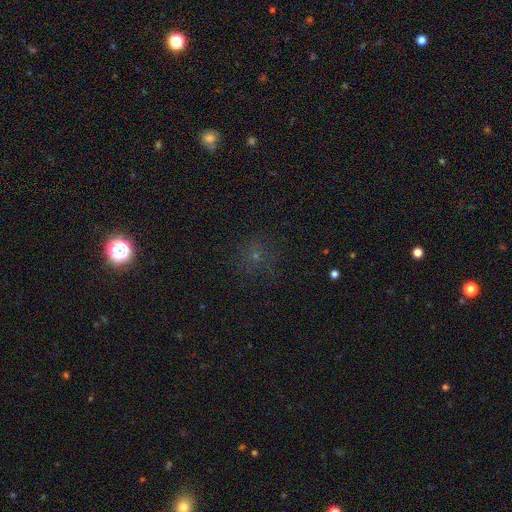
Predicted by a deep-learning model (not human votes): A smooth galaxy with no disk features (51%) that is round (90%). Merging: none (79%).